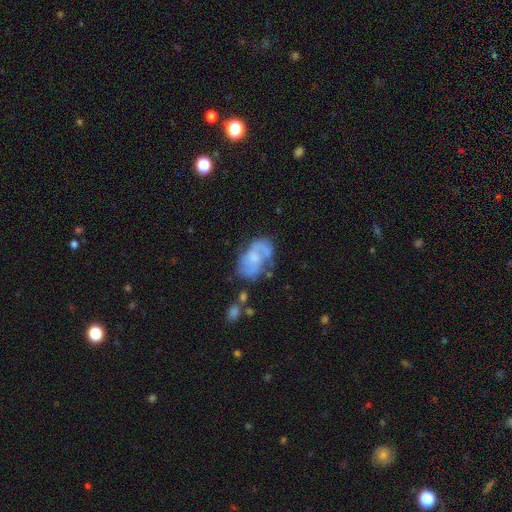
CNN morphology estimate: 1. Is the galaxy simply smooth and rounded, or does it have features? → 64% featured or disk, 28% smooth, 8% star or artifact.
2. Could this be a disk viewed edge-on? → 97% no, 3% yes.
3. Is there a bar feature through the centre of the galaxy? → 63% no, 32% weak, 6% strong.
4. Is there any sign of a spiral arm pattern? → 78% yes, 22% no.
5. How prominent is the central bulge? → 35% small, 33% moderate, 24% none, 6% large, 2% dominant.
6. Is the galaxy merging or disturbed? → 47% none, 25% minor disturbance, 19% major disturbance, 9% merger.